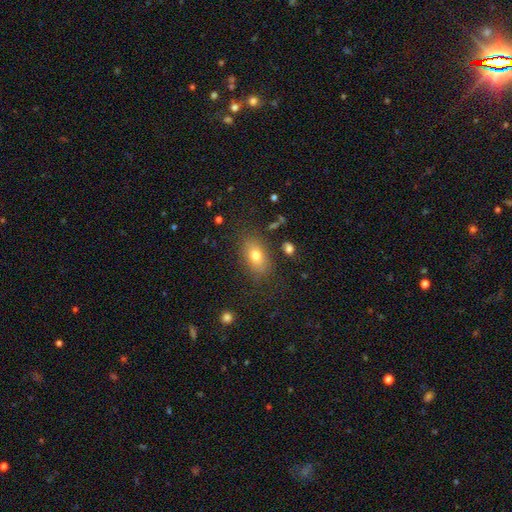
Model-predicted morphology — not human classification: smooth_or_featured: smooth (p=0.75) [alt: featured or disk p=0.15]
how_rounded: in between (p=0.83) [alt: round p=0.15]
merging: none (p=0.80) [alt: minor disturbance p=0.13]